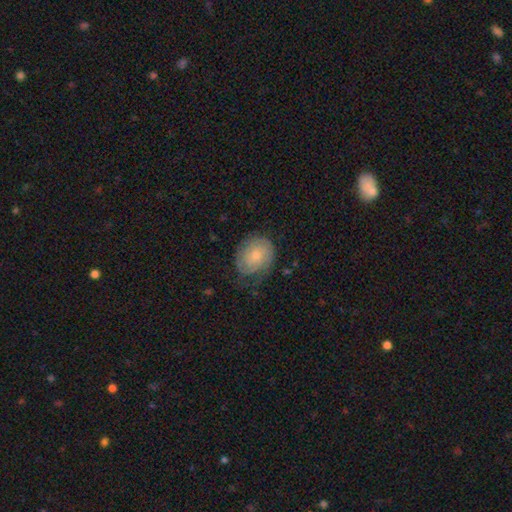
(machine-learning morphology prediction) Overall: featured or disk (57%; smooth 36%). Edge-on disk: no (97%). Bar: no (76%). Spiral arms: yes (87%). Bulge size: small (57%; moderate 35%). Merging: none (62%; minor disturbance 26%).